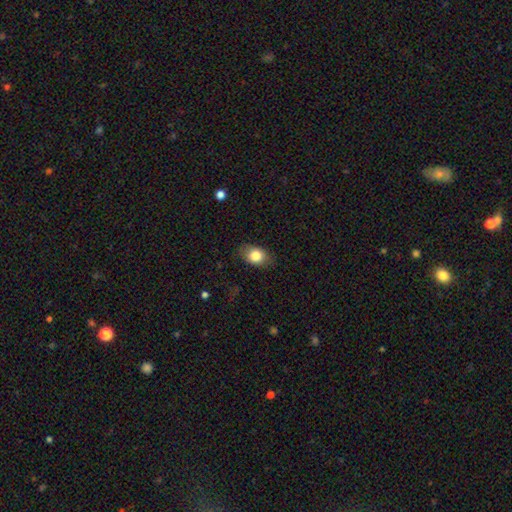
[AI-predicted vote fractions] Q: Smooth or featured?
A: smooth (82%); runner-up: featured or disk (10%)
Q: How rounded?
A: in between (74%); runner-up: round (24%)
Q: Merging?
A: none (82%); runner-up: minor disturbance (13%)